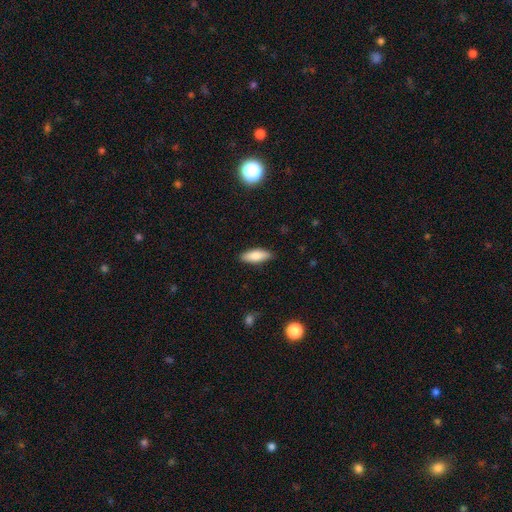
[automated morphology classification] Smooth or featured: smooth — 81% (featured or disk — 13%)
How rounded: in between — 70% (cigar-shaped — 28%)
Merging: none — 86% (minor disturbance — 10%)